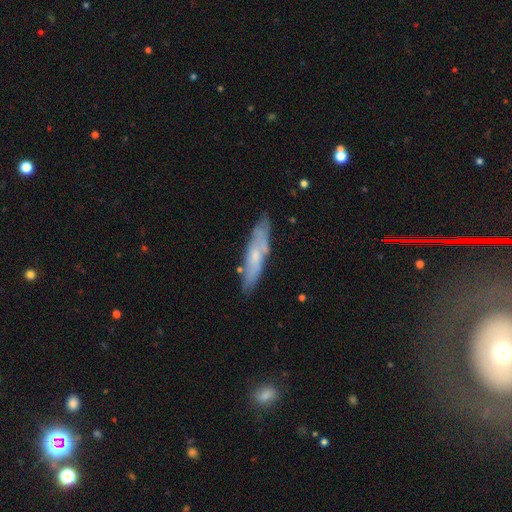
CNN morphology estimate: featured or disk 49%, smooth 45%, star or artifact 7%. Down the decision tree: merging — none (75%).